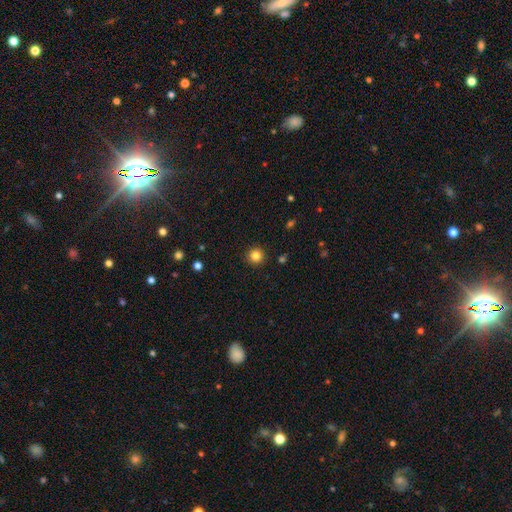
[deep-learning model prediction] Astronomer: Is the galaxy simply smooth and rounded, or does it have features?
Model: smooth — 83%.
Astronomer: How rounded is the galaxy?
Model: round — 95%.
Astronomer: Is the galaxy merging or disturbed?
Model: none — 92%.